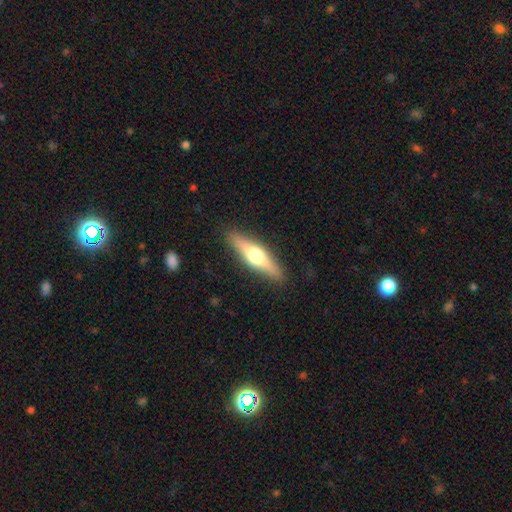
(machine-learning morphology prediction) Smooth or featured? featured or disk (54%)
Edge-on disk? yes (92%)
Merging? none (89%)